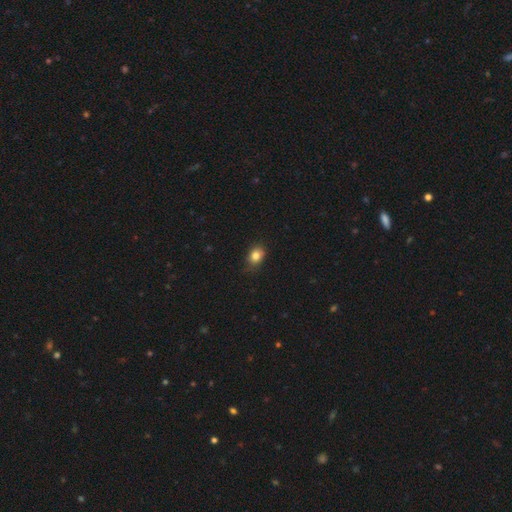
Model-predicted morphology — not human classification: Overall: smooth (83%). How rounded: in between (54%; round 45%). Merging: none (76%).